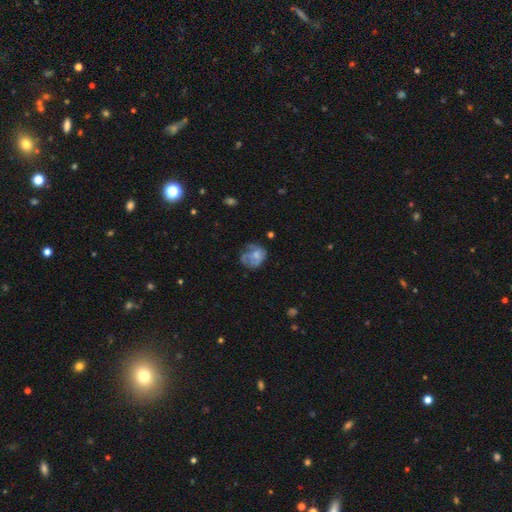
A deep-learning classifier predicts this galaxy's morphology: smooth_or_featured: smooth (p=0.51) [alt: featured or disk p=0.38]
how_rounded: round (p=0.56) [alt: in between p=0.43]
merging: none (p=0.39) [alt: major disturbance p=0.29]